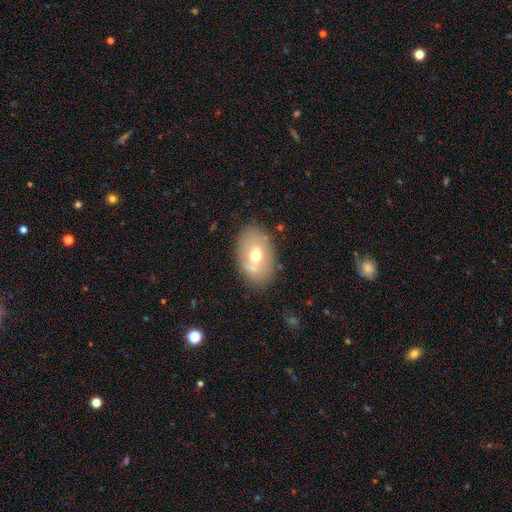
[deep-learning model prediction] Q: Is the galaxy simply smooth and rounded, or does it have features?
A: smooth — 60%.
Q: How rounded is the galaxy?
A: in between — 82%.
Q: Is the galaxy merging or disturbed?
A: none — 74%.